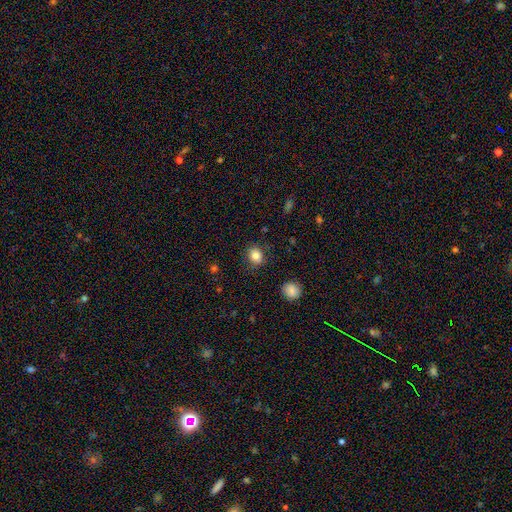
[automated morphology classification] smooth 82%, star or artifact 10%, featured or disk 7%. Down the decision tree: how rounded — round (62%); merging — none (83%).